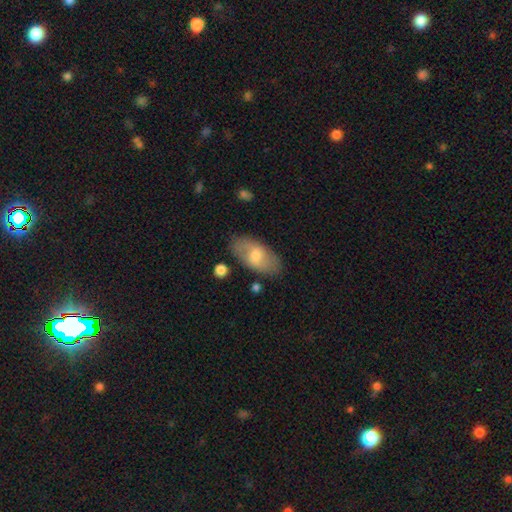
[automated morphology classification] smooth-or-featured: smooth: 60% | featured or disk: 34% | star or artifact: 6%
  how-rounded: in between: 92% | cigar-shaped: 4% | round: 3%
  merging: none: 81% | minor disturbance: 13% | major disturbance: 3% | merger: 2%